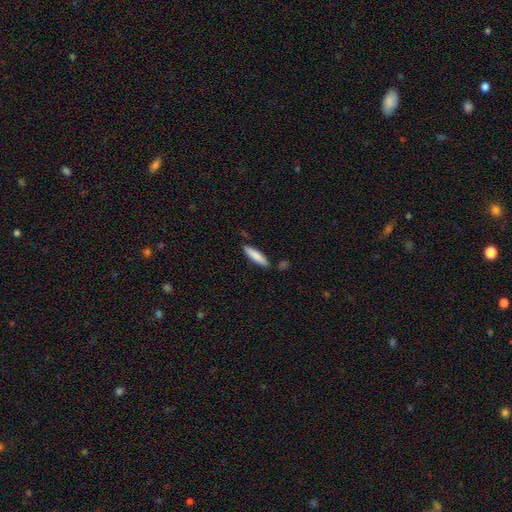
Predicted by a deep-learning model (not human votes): This is clearly a smooth galaxy (84%). How rounded: likely cigar-shaped (75%). Merging: clearly none (82%).